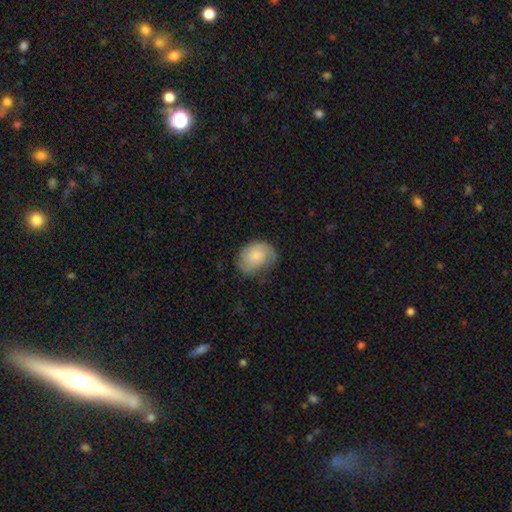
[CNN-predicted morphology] type=featured or disk (50%); merging=none (65%).